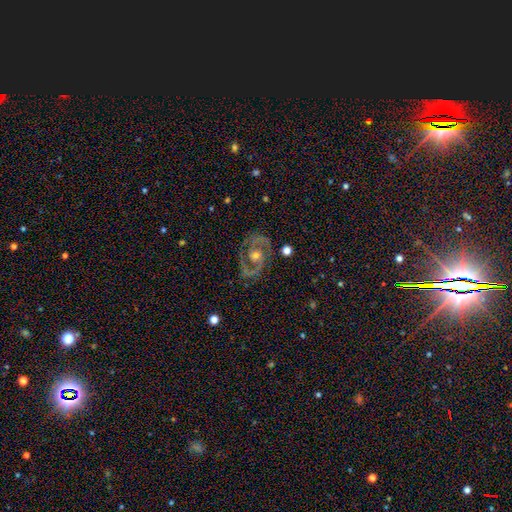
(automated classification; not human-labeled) This is clearly a featured or disk galaxy (88%). It is clearly not viewed edge-on (97%). Bar: likely no (64%). Spiral arm pattern: clearly yes (94%). Spiral arm count: clearly 2 (88%). Spiral winding: possibly medium (54%). Central bulge: possibly moderate (59%). Merging: likely none (78%).